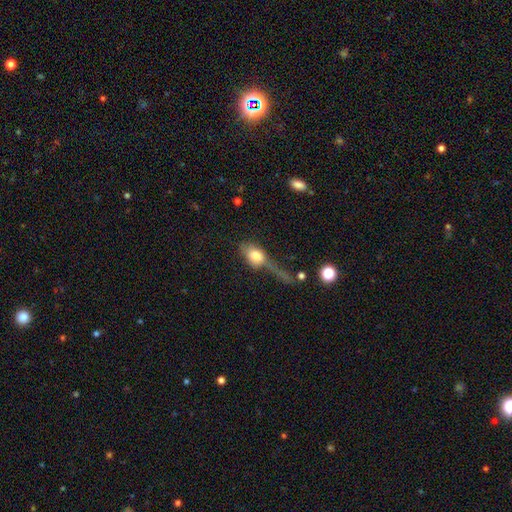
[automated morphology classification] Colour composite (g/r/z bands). It shows a smooth galaxy with no disk features (72%) that is in between round and cigar-shaped (73%). Merging: major disturbance (41%).